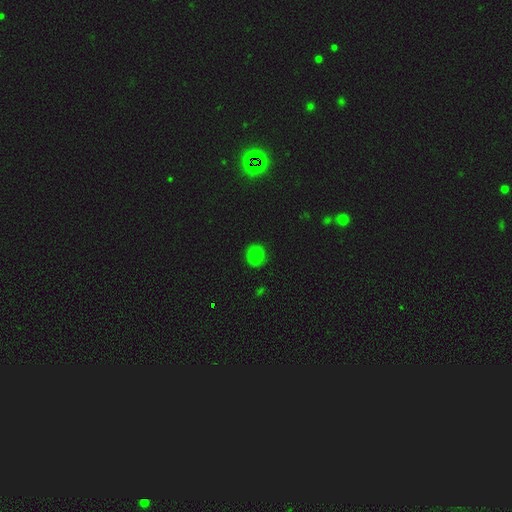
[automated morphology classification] A smooth galaxy with no disk features (79%) that is round (86%).

Vote fractions:
- Smooth or featured? smooth: 79% / star or artifact: 16% / featured or disk: 5%
- How rounded? round: 86% / in between: 13% / cigar-shaped: 1%
- Merging? none: 85% / minor disturbance: 11% / major disturbance: 3% / merger: 1%